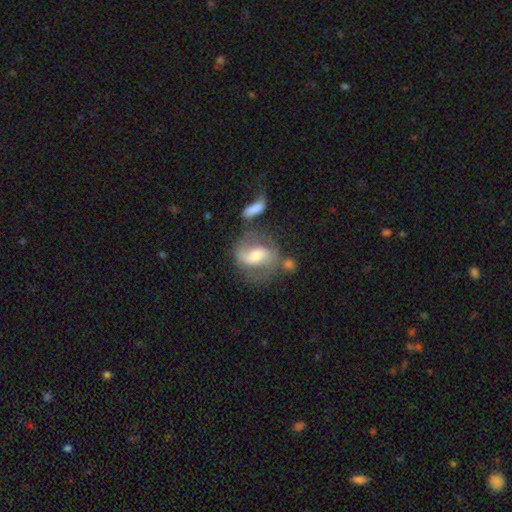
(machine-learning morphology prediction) smooth-or-featured: featured or disk: 60% | smooth: 33% | star or artifact: 8%
  disk-edge-on: no: 92% | yes: 8%
    bar: weak: 37% (tied) | strong: 37% (tied) | no: 26%
    has-spiral-arms: yes: 75% | no: 25%
    bulge-size: moderate: 63% | small: 24% | large: 10% | none: 2% | dominant: 2%
  merging: none: 47% | merger: 19% | minor disturbance: 19% | major disturbance: 15%